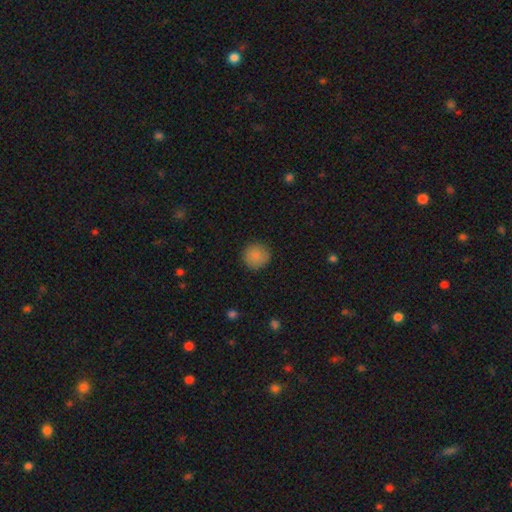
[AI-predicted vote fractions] Overall: smooth (86%). How rounded: round (93%). Merging: none (89%).